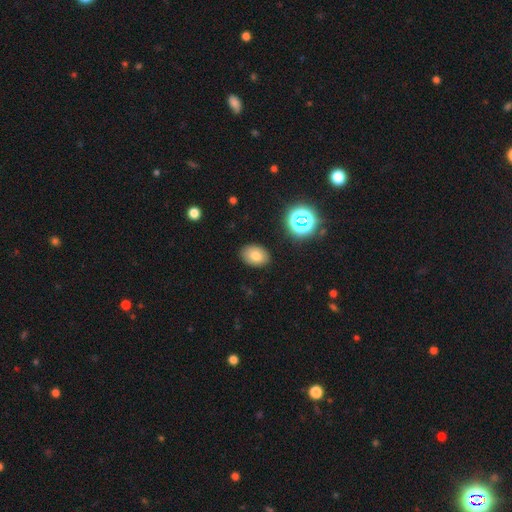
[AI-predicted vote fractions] Smooth or featured? Predicted: smooth (p=0.75). How rounded? Predicted: in between (p=0.78). Merging? Predicted: none (p=0.87).